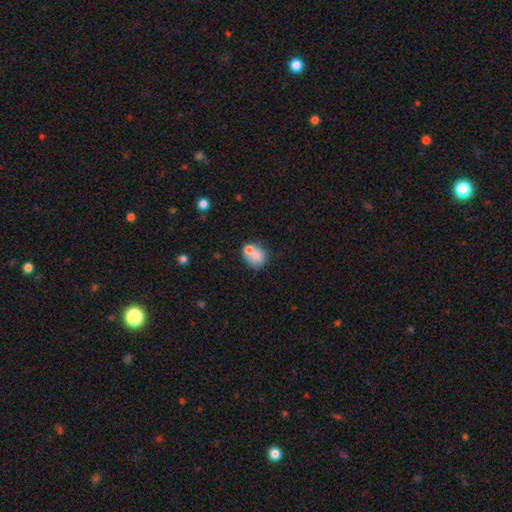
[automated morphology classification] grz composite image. It shows a smooth galaxy with no disk features (73%) that is round (60%). Merging: none (41%).